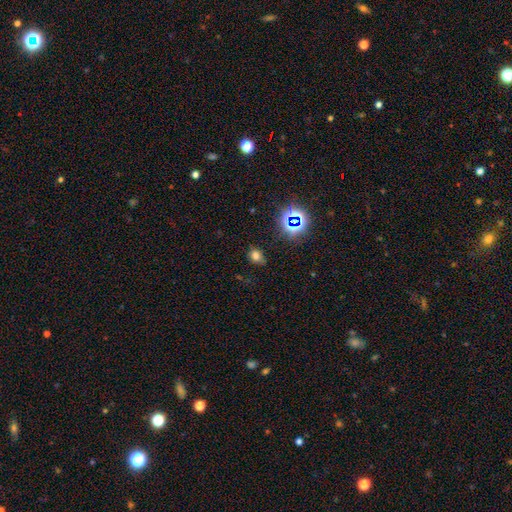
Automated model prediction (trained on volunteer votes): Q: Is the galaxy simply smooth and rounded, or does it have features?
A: smooth — 65%.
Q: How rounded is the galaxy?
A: in between — 50%.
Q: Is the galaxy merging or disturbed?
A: none — 70%.